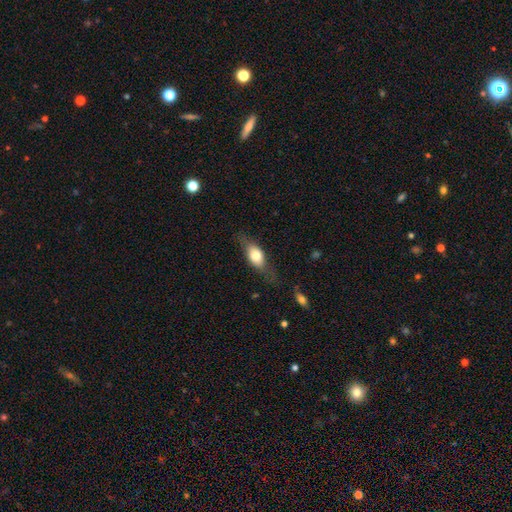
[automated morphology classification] Overall: smooth (66%). How rounded: in between (77%). Merging: none (67%).